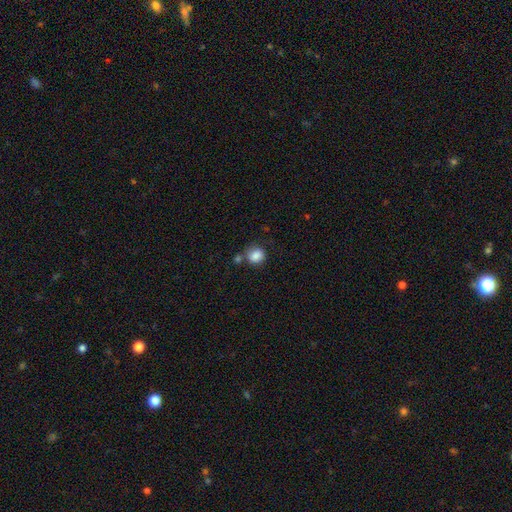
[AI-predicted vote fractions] smooth-or-featured: smooth: 86% | star or artifact: 9% | featured or disk: 5%
  how-rounded: round: 74% | in between: 25% | cigar-shaped: 1%
  merging: none: 63% | minor disturbance: 16% | merger: 16% | major disturbance: 5%